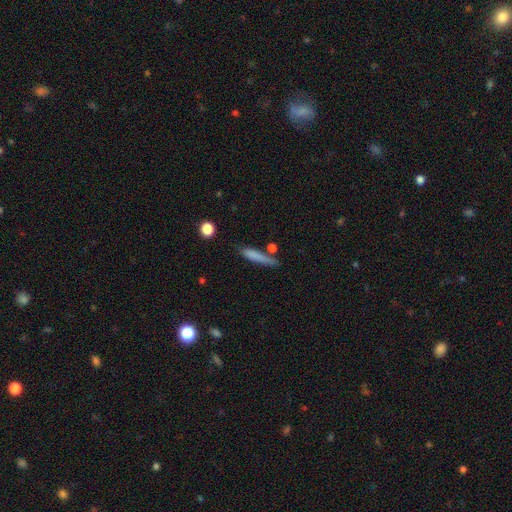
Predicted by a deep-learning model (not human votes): Smooth or featured? smooth (75%)
How rounded? cigar-shaped (88%)
Merging? none (66%)